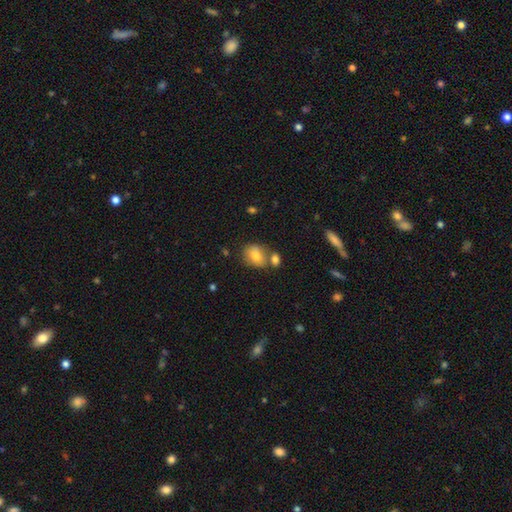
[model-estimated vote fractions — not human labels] smooth 76%, featured or disk 15%, star or artifact 9%. Down the decision tree: how rounded — round (50%); merging — none (54%).